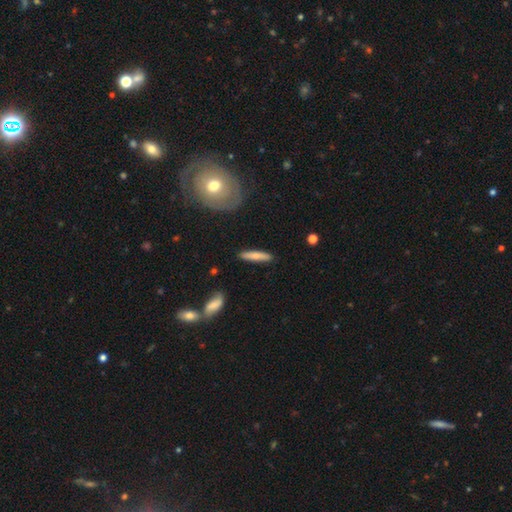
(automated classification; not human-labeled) Smooth or featured? Predicted: smooth (p=0.71). How rounded? Predicted: cigar-shaped (p=0.86). Merging? Predicted: none (p=0.88).